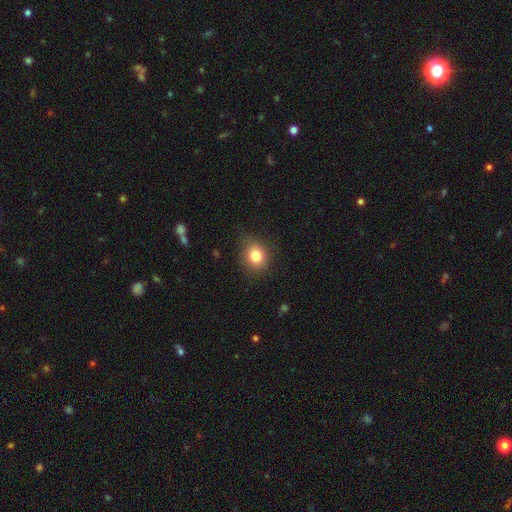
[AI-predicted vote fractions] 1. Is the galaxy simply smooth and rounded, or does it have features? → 81% smooth, 11% star or artifact, 8% featured or disk.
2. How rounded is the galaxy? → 65% round, 33% in between, 1% cigar-shaped.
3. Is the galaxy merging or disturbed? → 77% none, 17% minor disturbance, 4% major disturbance, 1% merger.